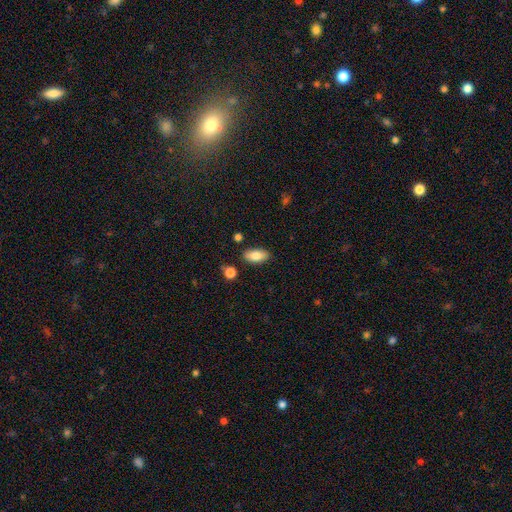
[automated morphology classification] smooth_or_featured: smooth (p=0.82) [alt: featured or disk p=0.11]
how_rounded: in between (p=0.91) [alt: cigar-shaped p=0.06]
merging: none (p=0.84) [alt: minor disturbance p=0.11]